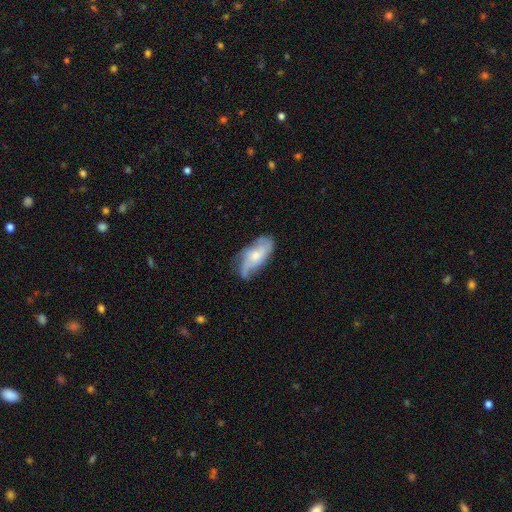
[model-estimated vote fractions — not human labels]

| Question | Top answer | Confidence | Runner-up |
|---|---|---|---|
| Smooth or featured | featured or disk | 53% | smooth (40%) |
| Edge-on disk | no | 89% | yes (11%) |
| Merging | none | 56% | minor disturbance (30%) |